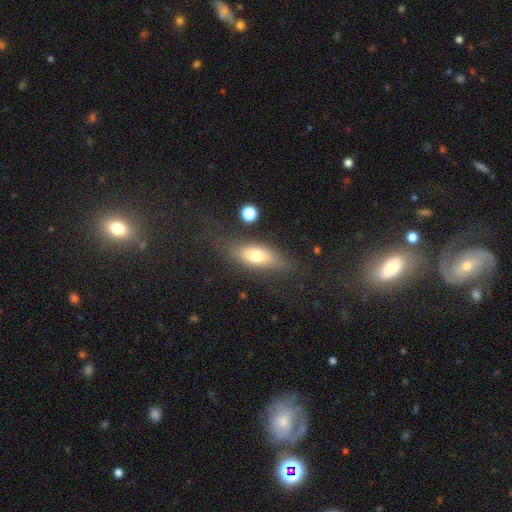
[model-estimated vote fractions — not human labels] smooth-or-featured: smooth: 65% | featured or disk: 26% | star or artifact: 8%
  how-rounded: in between: 68% | cigar-shaped: 28% | round: 4%
  merging: none: 66% | minor disturbance: 20% | major disturbance: 11% | merger: 3%